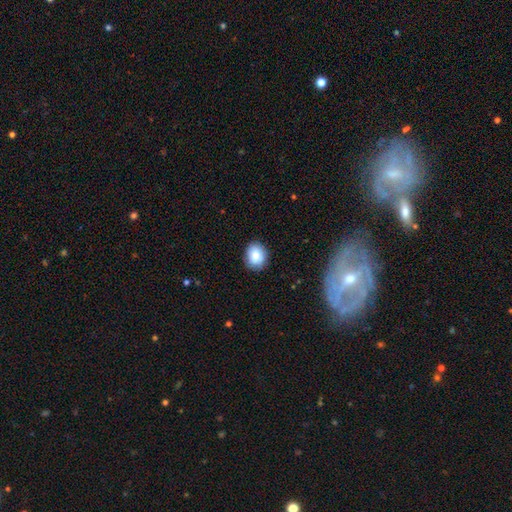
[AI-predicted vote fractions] smooth-or-featured: smooth: 83% | featured or disk: 9% | star or artifact: 8%
  how-rounded: round: 63% | in between: 36% | cigar-shaped: 1%
  merging: none: 84% | minor disturbance: 13% | major disturbance: 2% | merger: 1%